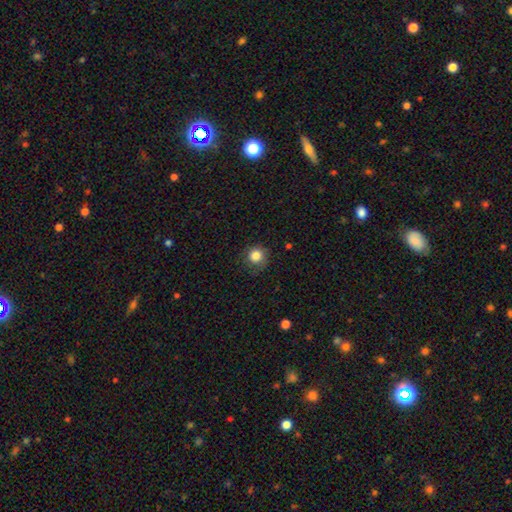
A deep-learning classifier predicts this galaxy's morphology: smooth_or_featured: smooth (p=0.84) [alt: star or artifact p=0.10]
how_rounded: round (p=0.90) [alt: in between p=0.09]
merging: none (p=0.73) [alt: minor disturbance p=0.19]